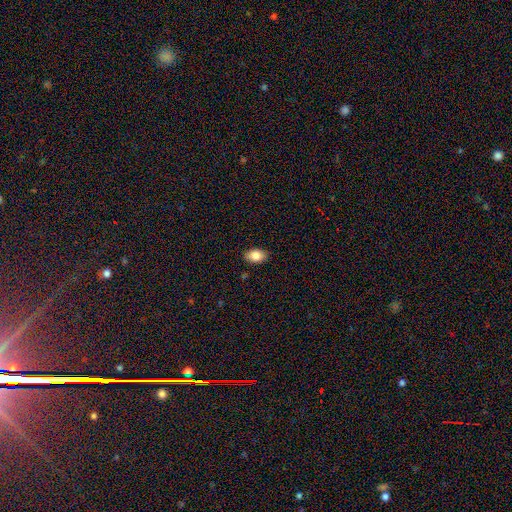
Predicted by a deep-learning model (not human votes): smooth 83%, featured or disk 9%, star or artifact 8%. Down the decision tree: how rounded — in between (89%); merging — none (88%).